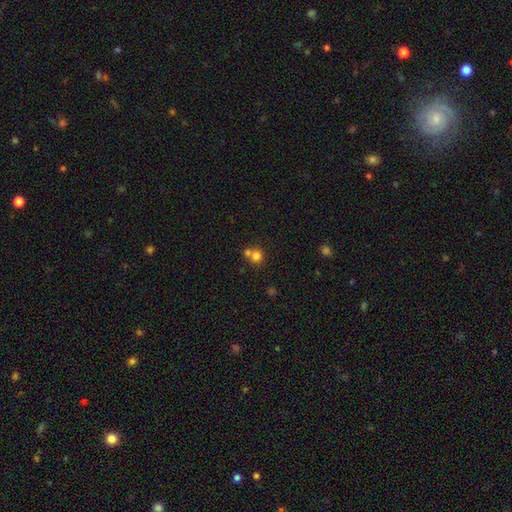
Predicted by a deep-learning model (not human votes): smooth 77%, star or artifact 13%, featured or disk 10%. Down the decision tree: how rounded — round (84%); merging — none (47%).